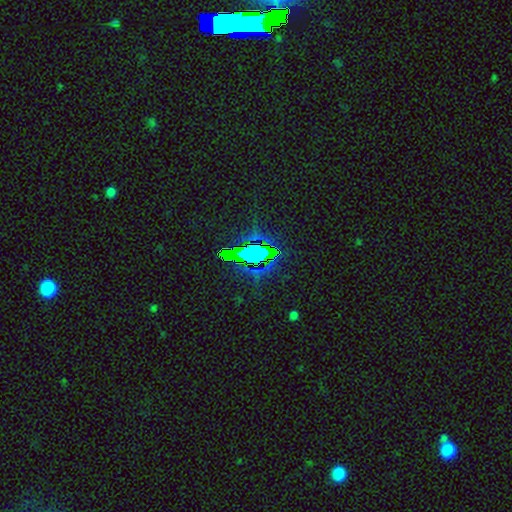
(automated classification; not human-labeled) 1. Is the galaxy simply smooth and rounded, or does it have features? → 77% star or artifact, 13% smooth, 10% featured or disk.